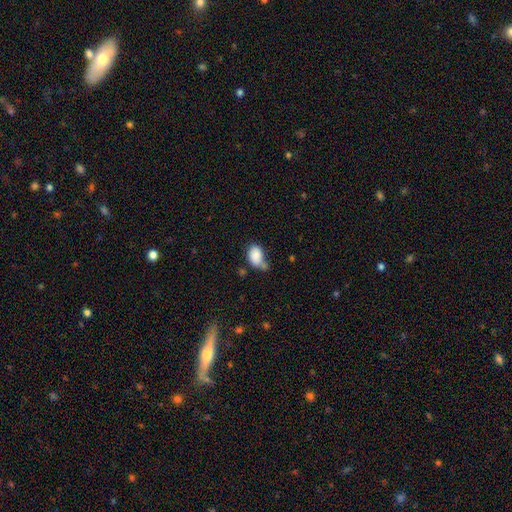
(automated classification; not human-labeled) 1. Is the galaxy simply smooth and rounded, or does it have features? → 84% smooth, 8% star or artifact, 7% featured or disk.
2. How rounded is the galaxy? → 81% in between, 18% round, 1% cigar-shaped.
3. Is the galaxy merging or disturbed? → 37% none, 33% minor disturbance, 17% merger, 13% major disturbance.